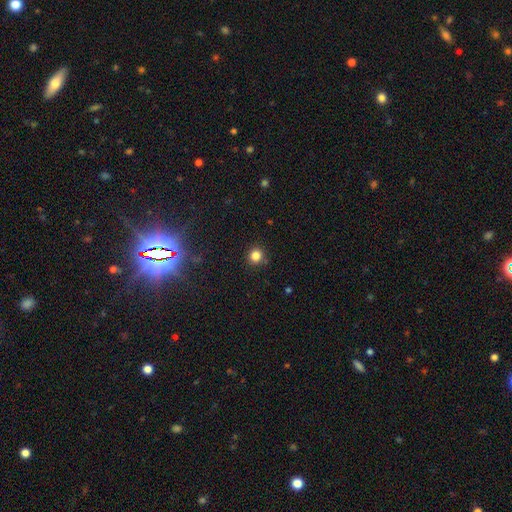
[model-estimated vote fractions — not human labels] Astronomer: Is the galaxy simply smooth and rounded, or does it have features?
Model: smooth — 82%.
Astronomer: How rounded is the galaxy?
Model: round — 91%.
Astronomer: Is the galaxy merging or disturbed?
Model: none — 87%.